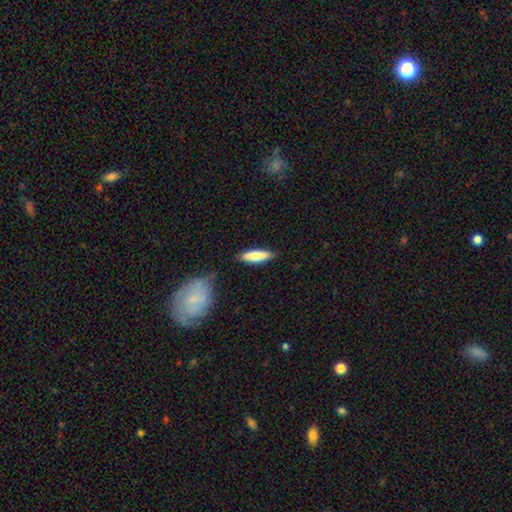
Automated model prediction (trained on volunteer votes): A smooth galaxy with no disk features (76%) that is cigar-shaped (69%).

Vote fractions:
- Smooth or featured? smooth: 76% / featured or disk: 18% / star or artifact: 6%
- How rounded? cigar-shaped: 69% / in between: 29% / round: 2%
- Merging? none: 84% / minor disturbance: 11% / merger: 3% / major disturbance: 2%